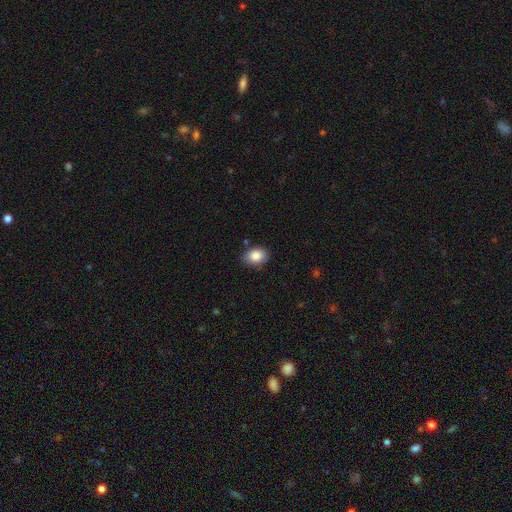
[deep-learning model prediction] This appears to be a smooth galaxy with no disk features (86%) that is in between round and cigar-shaped (73%). Merging: none (82%).